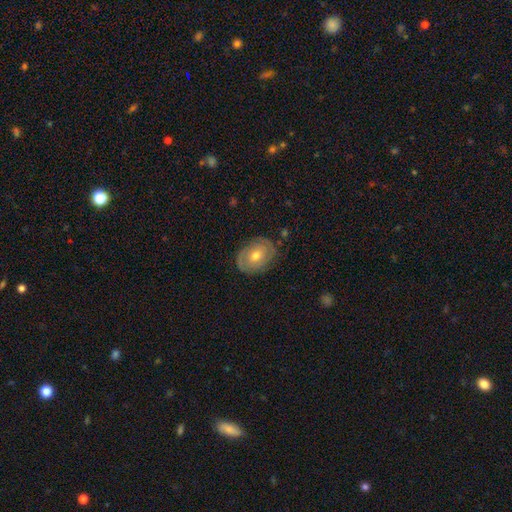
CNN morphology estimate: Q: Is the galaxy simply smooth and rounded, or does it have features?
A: featured or disk — 54%.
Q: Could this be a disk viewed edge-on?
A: no — 94%.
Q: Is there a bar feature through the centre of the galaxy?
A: no — 75%.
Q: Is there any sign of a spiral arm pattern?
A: yes — 65%.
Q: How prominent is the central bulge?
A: moderate — 67%.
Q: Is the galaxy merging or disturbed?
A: none — 78%.